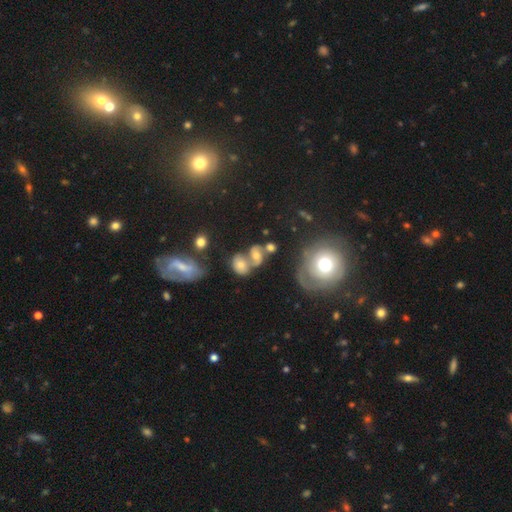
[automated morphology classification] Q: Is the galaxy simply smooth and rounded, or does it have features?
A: smooth — 42%.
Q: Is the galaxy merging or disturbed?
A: merger — 38%.